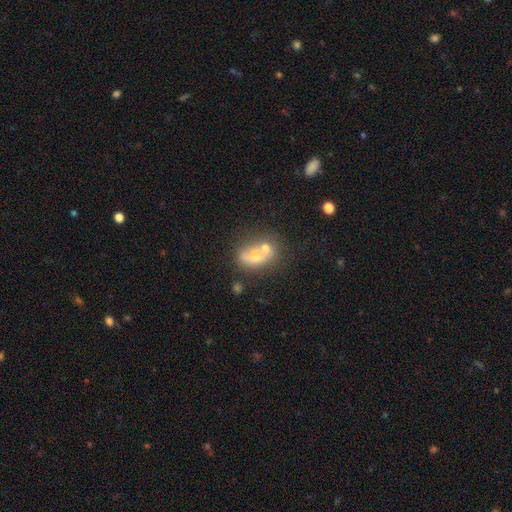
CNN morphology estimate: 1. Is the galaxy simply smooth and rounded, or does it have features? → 55% smooth, 33% featured or disk, 12% star or artifact.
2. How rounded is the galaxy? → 54% in between, 44% round, 2% cigar-shaped.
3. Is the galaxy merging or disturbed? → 58% merger, 27% none, 9% minor disturbance, 5% major disturbance.